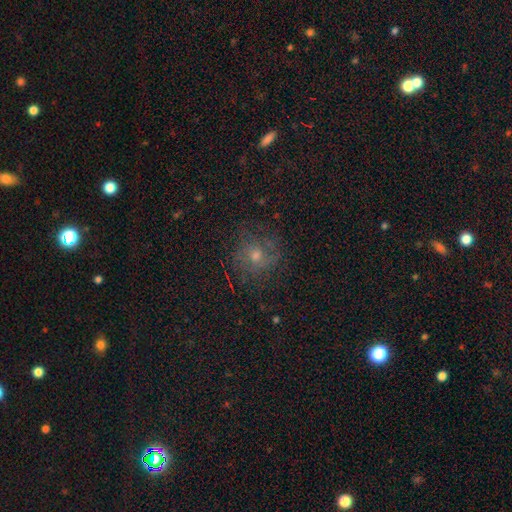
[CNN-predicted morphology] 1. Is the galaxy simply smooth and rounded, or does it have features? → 38% featured or disk, 37% smooth, 26% star or artifact.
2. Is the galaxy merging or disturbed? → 74% none, 15% minor disturbance, 9% major disturbance, 1% merger.